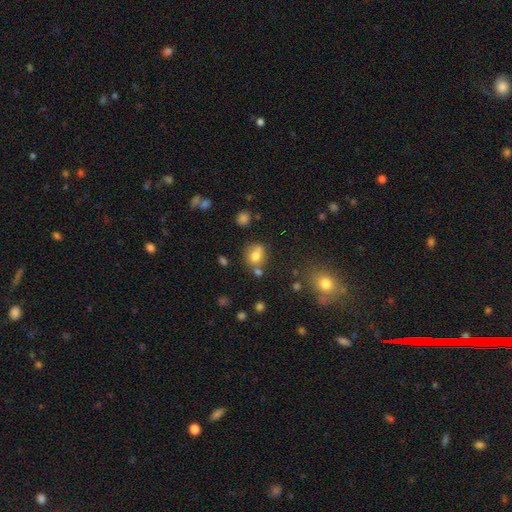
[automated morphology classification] smooth 74%, featured or disk 13%, star or artifact 13%. Down the decision tree: how rounded — round (67%); merging — none (56%).